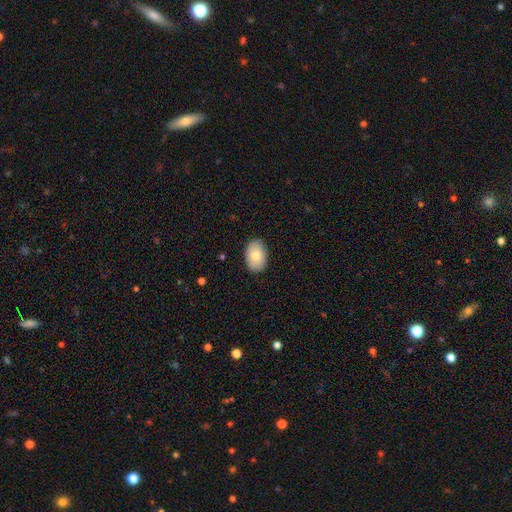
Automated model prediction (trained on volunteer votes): Smooth or featured? Predicted: smooth (p=0.82). How rounded? Predicted: in between (p=0.89). Merging? Predicted: none (p=0.87).